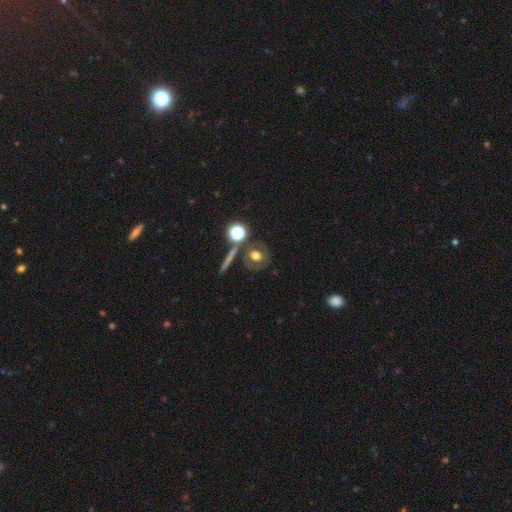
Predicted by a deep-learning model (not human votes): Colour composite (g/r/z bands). It shows a smooth galaxy with no disk features (50%). Merging: none (71%).